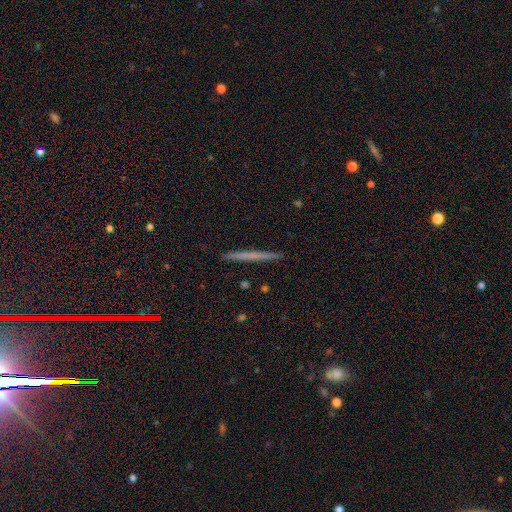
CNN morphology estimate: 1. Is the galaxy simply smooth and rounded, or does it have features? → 52% smooth, 41% featured or disk, 7% star or artifact.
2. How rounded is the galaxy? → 97% cigar-shaped, 2% in between, 2% round.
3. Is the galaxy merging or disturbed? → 93% none, 5% minor disturbance, 1% major disturbance, 1% merger.